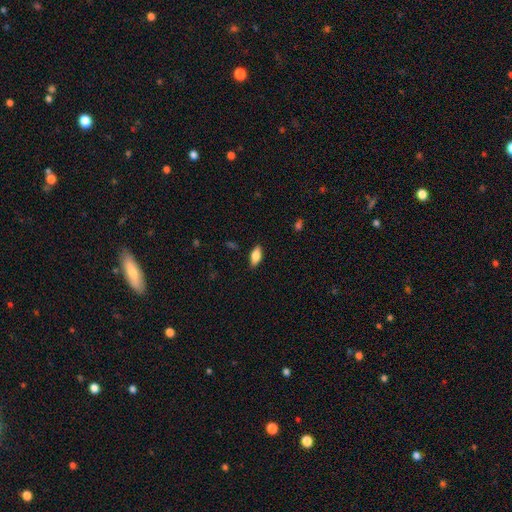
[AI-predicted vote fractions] Smooth or featured?
  - smooth: 82% *
  - featured or disk: 11%
  - star or artifact: 7%
How rounded?
  - in between: 86% *
  - cigar-shaped: 11%
  - round: 3%
Merging?
  - none: 85% *
  - minor disturbance: 11%
  - major disturbance: 2%
  - merger: 1%